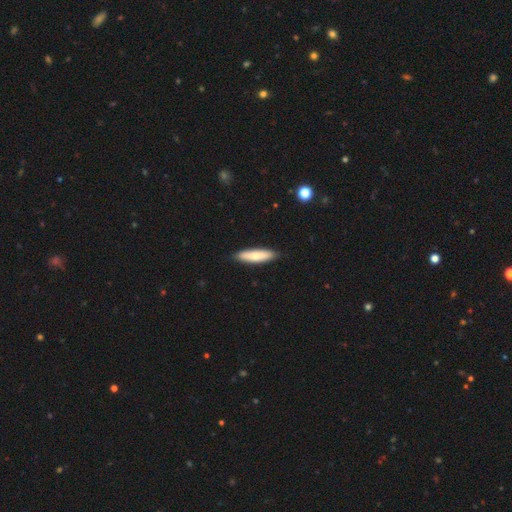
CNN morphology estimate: Smooth or featured?
  - smooth: 74% *
  - featured or disk: 21%
  - star or artifact: 5%
How rounded?
  - cigar-shaped: 69% *
  - in between: 29%
  - round: 2%
Merging?
  - none: 89% *
  - minor disturbance: 9%
  - major disturbance: 2%
  - merger: 1%